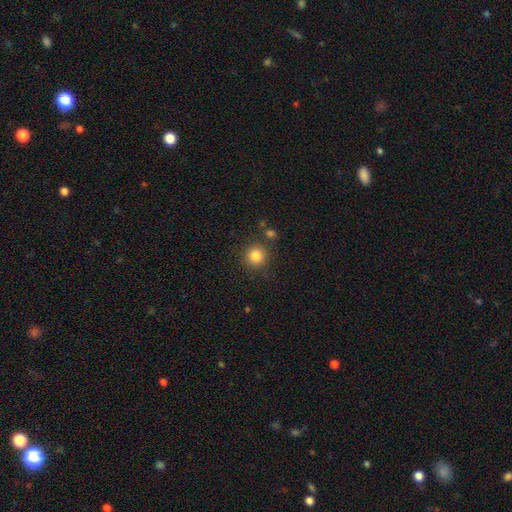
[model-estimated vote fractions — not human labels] A smooth galaxy with no disk features (84%) that is round (92%). Merging: none (84%).